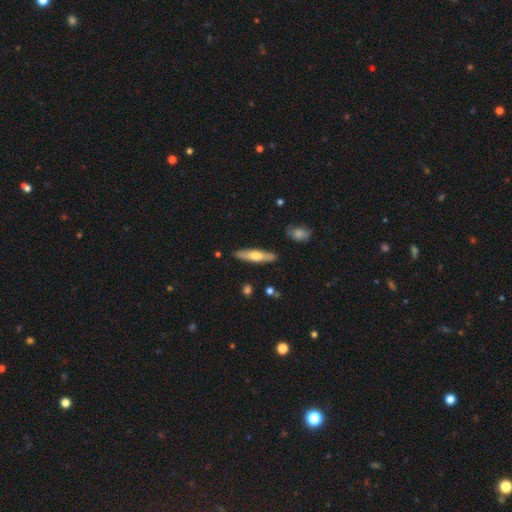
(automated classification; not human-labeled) smooth 54%, featured or disk 41%, star or artifact 5%. Down the decision tree: how rounded — cigar-shaped (75%); merging — none (87%).